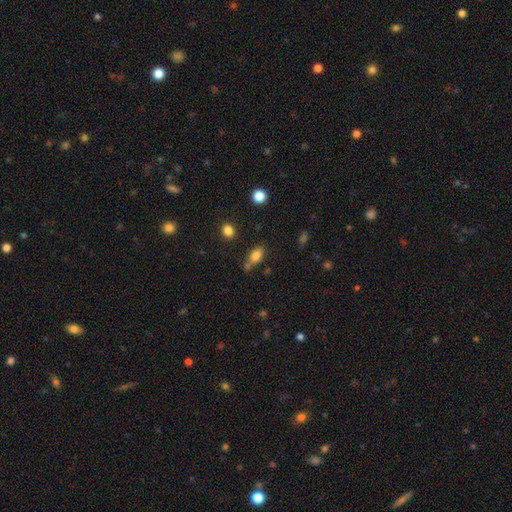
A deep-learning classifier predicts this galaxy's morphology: The model was most divided on "merging": none: 61%, merger: 17%, minor disturbance: 17%, major disturbance: 5%. More confident: how rounded — in between (85%); smooth or featured — smooth (80%).